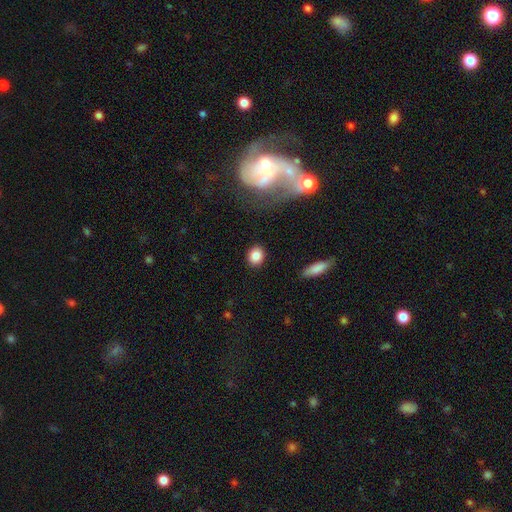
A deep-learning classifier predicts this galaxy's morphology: A smooth galaxy with no disk features (84%) that is round (59%).

Vote fractions:
- Smooth or featured? smooth: 84% / star or artifact: 9% / featured or disk: 6%
- How rounded? round: 59% / in between: 39% / cigar-shaped: 2%
- Merging? none: 89% / minor disturbance: 7% / major disturbance: 2% / merger: 2%